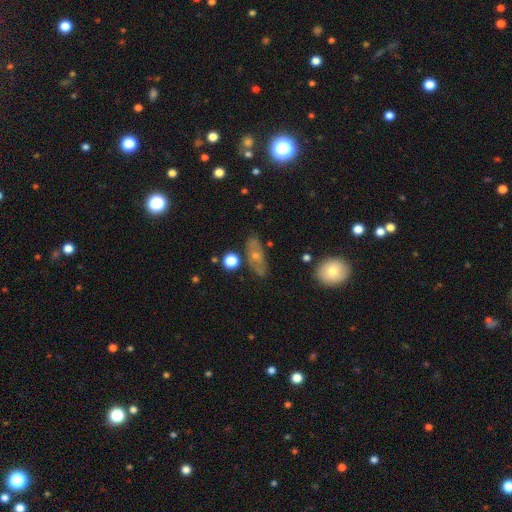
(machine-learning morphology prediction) type=featured or disk (49%); merging=none (74%).